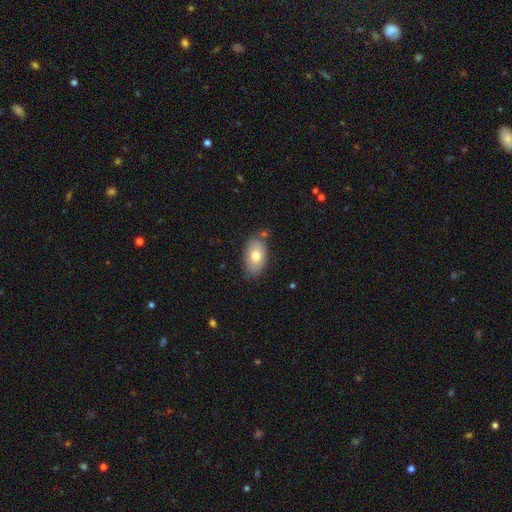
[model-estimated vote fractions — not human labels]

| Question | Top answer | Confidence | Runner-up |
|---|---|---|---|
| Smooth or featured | smooth | 75% | featured or disk (18%) |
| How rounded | in between | 92% | round (6%) |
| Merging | none | 76% | minor disturbance (17%) |